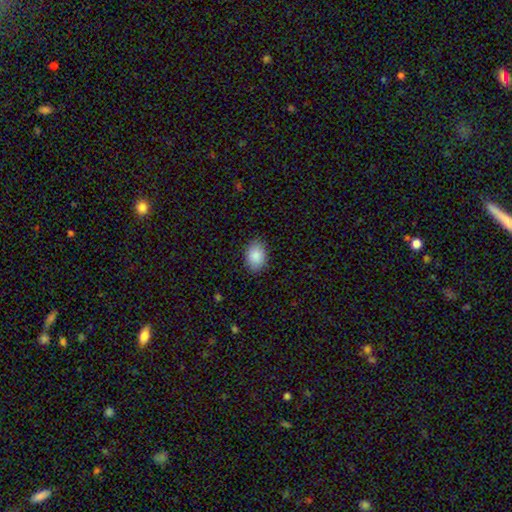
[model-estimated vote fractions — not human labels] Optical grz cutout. It shows a smooth galaxy with no disk features (89%) that is in between round and cigar-shaped (79%). Merging: none (87%).